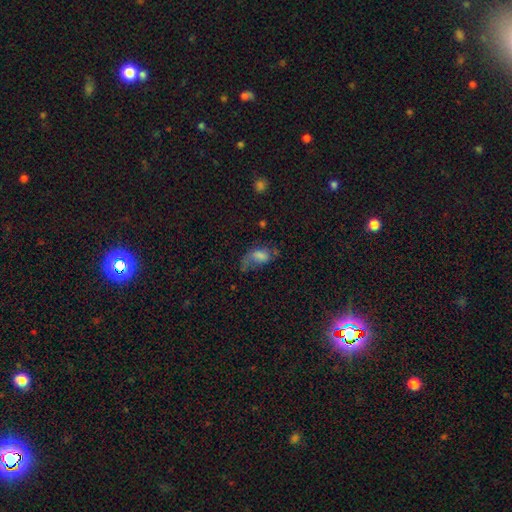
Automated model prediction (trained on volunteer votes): A smooth galaxy with no disk features (42%). Merging: none (37%).